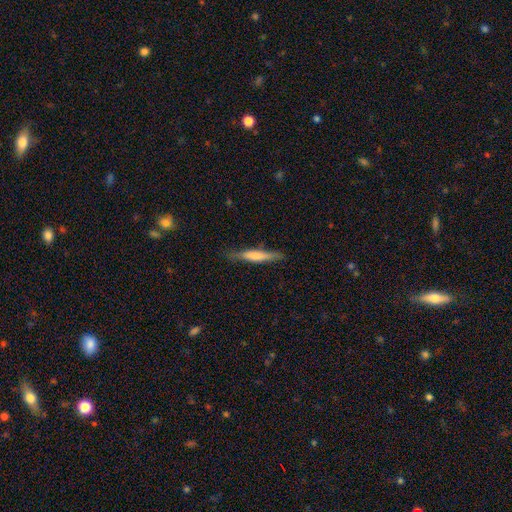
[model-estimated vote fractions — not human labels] Overall: smooth (59%; featured or disk 36%). How rounded: cigar-shaped (91%). Merging: none (81%).